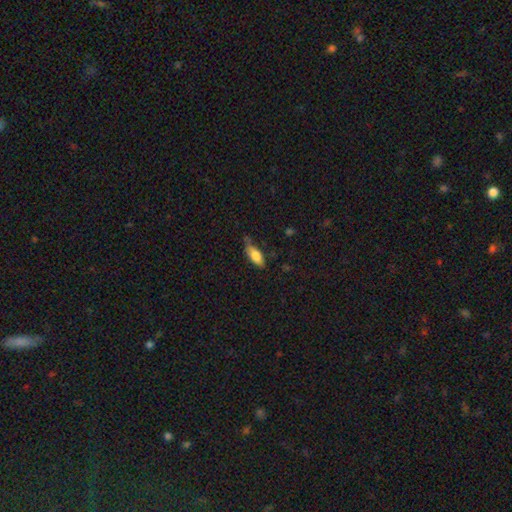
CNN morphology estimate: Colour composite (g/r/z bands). It shows a smooth galaxy with no disk features (77%) that is in between round and cigar-shaped (73%). Merging: none (53%).